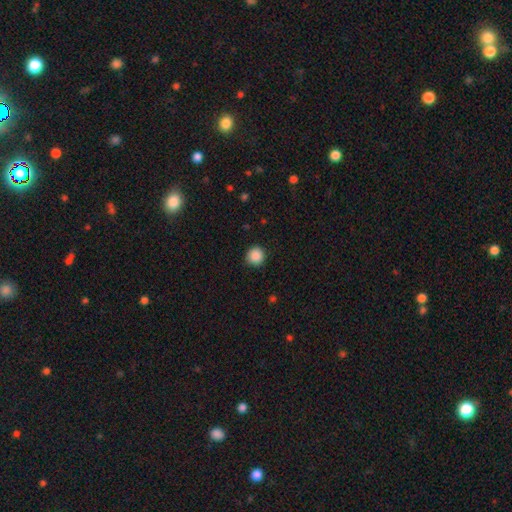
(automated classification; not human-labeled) A smooth galaxy with no disk features (88%) that is round (94%). Merging: none (90%).